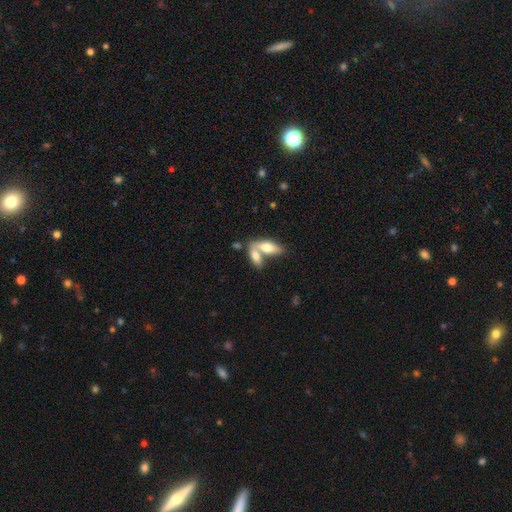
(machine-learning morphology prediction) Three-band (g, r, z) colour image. It shows a smooth galaxy with no disk features (70%) that is in between round and cigar-shaped (77%). Merging: merger (63%).